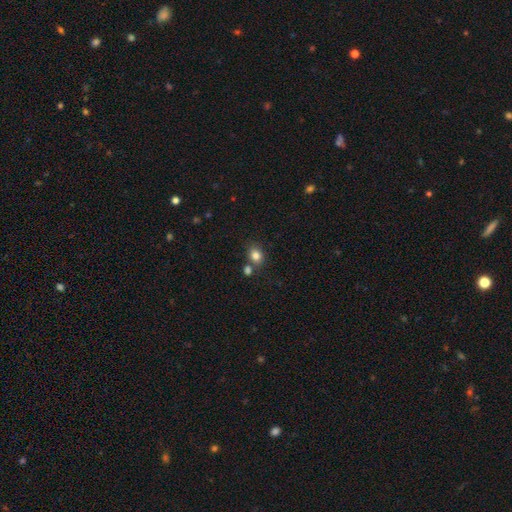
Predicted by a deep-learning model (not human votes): smooth_or_featured: smooth (p=0.82) [alt: star or artifact p=0.11]
how_rounded: round (p=0.54) [alt: in between p=0.45]
merging: none (p=0.67) [alt: merger p=0.19]